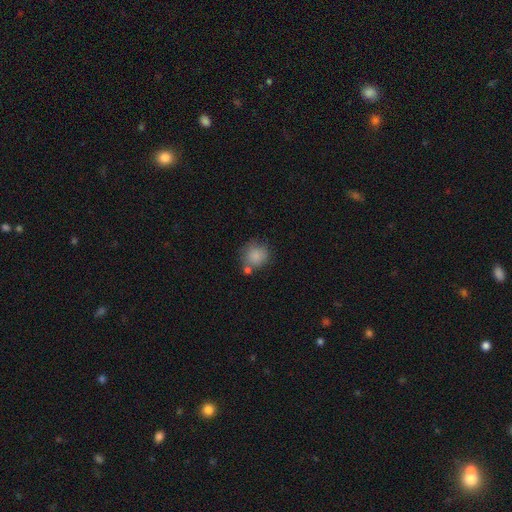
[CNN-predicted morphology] smooth 85%, star or artifact 9%, featured or disk 7%. Down the decision tree: how rounded — round (85%); merging — none (62%).